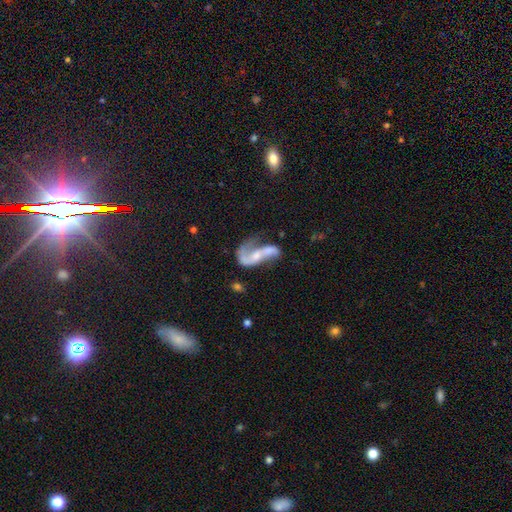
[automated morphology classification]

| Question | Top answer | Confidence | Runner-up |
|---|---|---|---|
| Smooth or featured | featured or disk | 76% | smooth (17%) |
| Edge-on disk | no | 95% | yes (5%) |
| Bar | no | 47% | weak (32%) |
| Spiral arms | yes | 85% | no (15%) |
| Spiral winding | loose | 66% | medium (26%) |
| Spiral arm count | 2 | 64% | 1 (29%) |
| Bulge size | small | 44% | moderate (35%) |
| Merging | major disturbance | 36% | none (29%) |